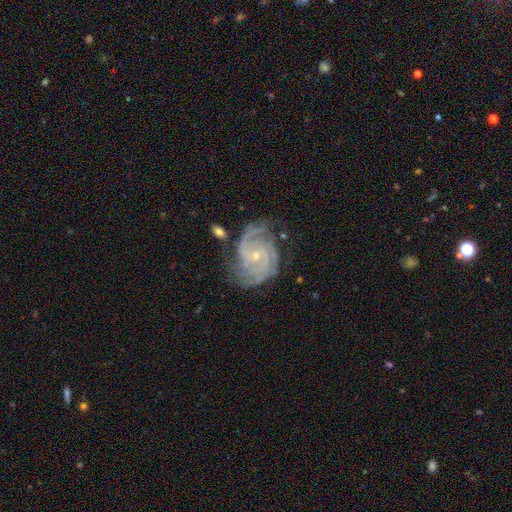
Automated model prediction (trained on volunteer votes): The model was most divided on "spiral arm count": 3: 30%, 2: 28%, 4: 15%, can't tell: 14%, more than 4: 7%, 1: 6%. More confident: spiral arms — yes (98%); edge-on disk — no (98%); smooth or featured — featured or disk (89%); bulge size — small (77%); merging — none (67%); spiral winding — tight (62%); bar — no (61%).